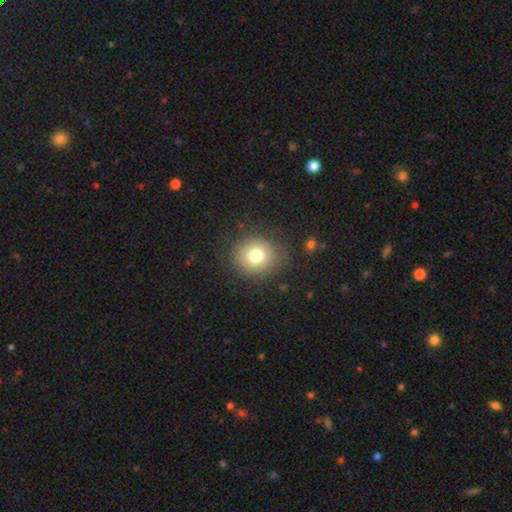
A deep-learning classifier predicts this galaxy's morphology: smooth_or_featured: smooth (p=0.75) [alt: featured or disk p=0.12]
how_rounded: round (p=0.85) [alt: in between p=0.14]
merging: none (p=0.83) [alt: minor disturbance p=0.11]